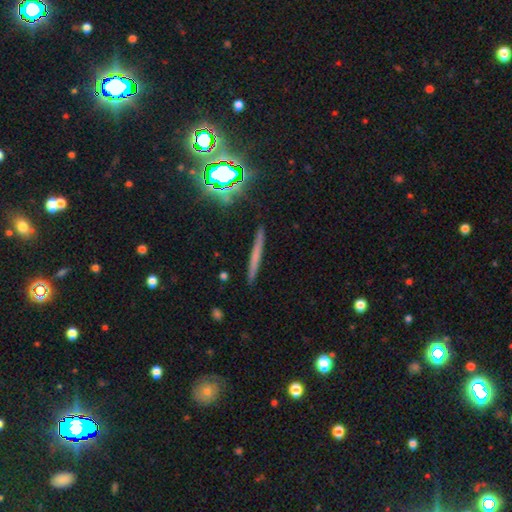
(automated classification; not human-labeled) Smooth or featured? smooth (46%)
Merging? none (89%)